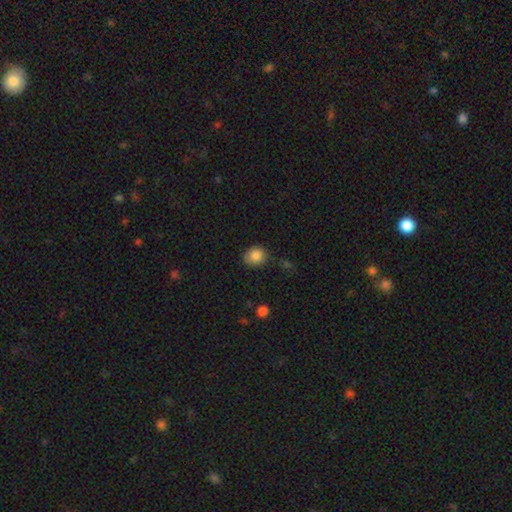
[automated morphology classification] Smooth or featured?
  - smooth: 86% *
  - star or artifact: 9%
  - featured or disk: 5%
How rounded?
  - round: 75% *
  - in between: 25%
  - cigar-shaped: 1%
Merging?
  - none: 70% *
  - minor disturbance: 23%
  - major disturbance: 5%
  - merger: 3%